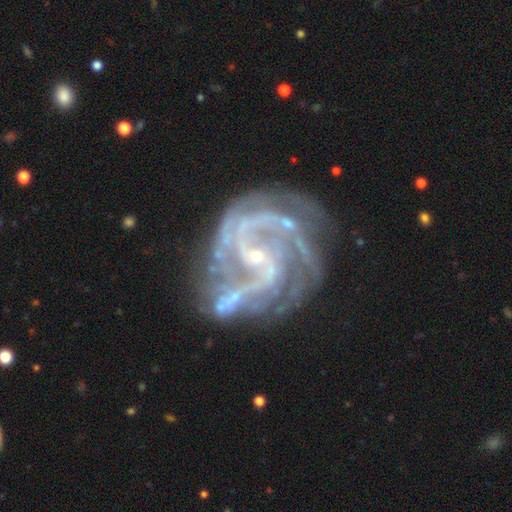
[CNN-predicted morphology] This is clearly a featured or disk galaxy (90%). It is clearly not viewed edge-on (98%). Bar: marginally no (38%, tied with weak). Spiral arm pattern: clearly yes (97%). Spiral arm count: marginally 2 (33%). Spiral winding: possibly medium (49%). Central bulge: clearly small (84%). Merging: possibly none (49%).